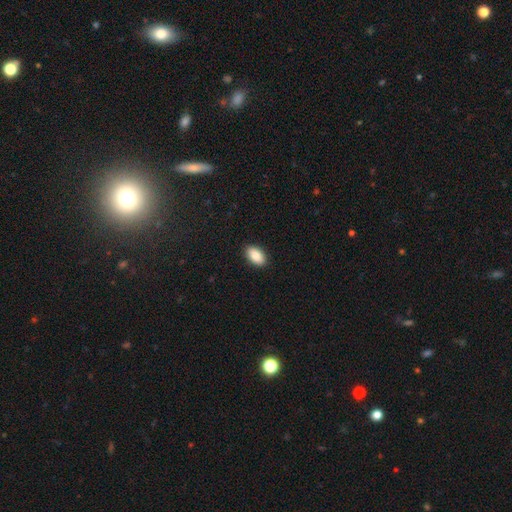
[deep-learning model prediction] smooth_or_featured: smooth (p=0.89) [alt: star or artifact p=0.07]
how_rounded: in between (p=0.94) [alt: round p=0.04]
merging: none (p=0.90) [alt: minor disturbance p=0.07]